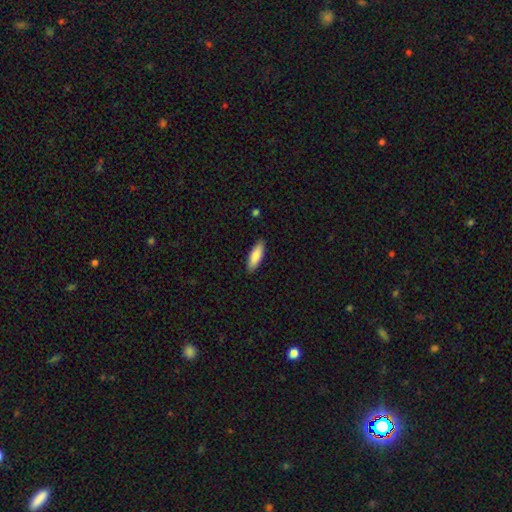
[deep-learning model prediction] This appears to be a smooth galaxy with no disk features (84%) that is in between round and cigar-shaped (57%). Merging: none (88%).